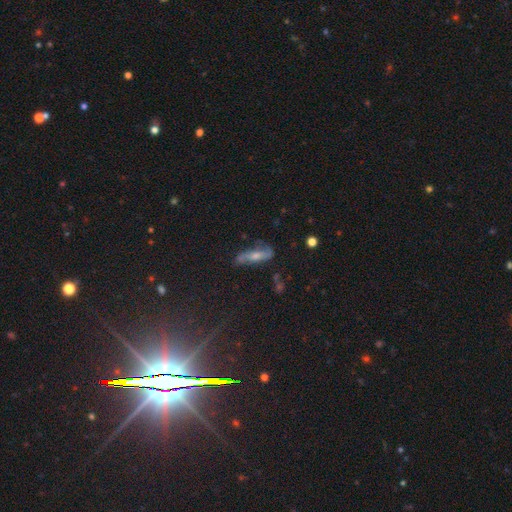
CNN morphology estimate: Smooth or featured? featured or disk (48%)
Merging? none (60%)